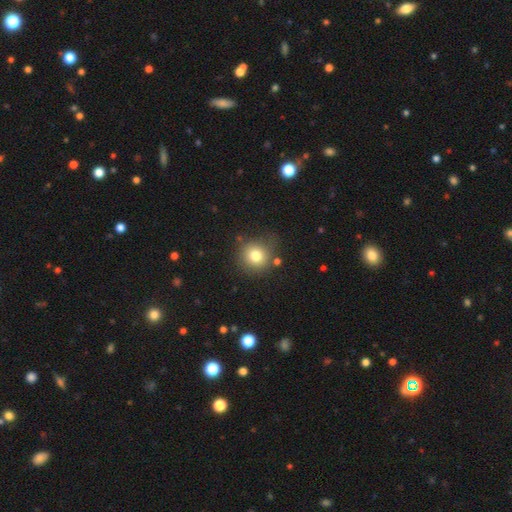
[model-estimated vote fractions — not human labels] smooth-or-featured: smooth: 78% | star or artifact: 12% | featured or disk: 10%
  how-rounded: round: 90% | in between: 9% | cigar-shaped: 1%
  merging: none: 76% | minor disturbance: 15% | major disturbance: 5% | merger: 4%